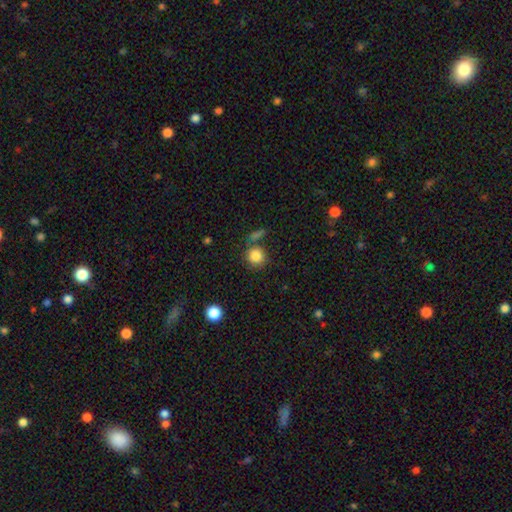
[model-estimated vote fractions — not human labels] This appears to be a smooth galaxy with no disk features (85%) that is round (89%). Merging: none (71%).